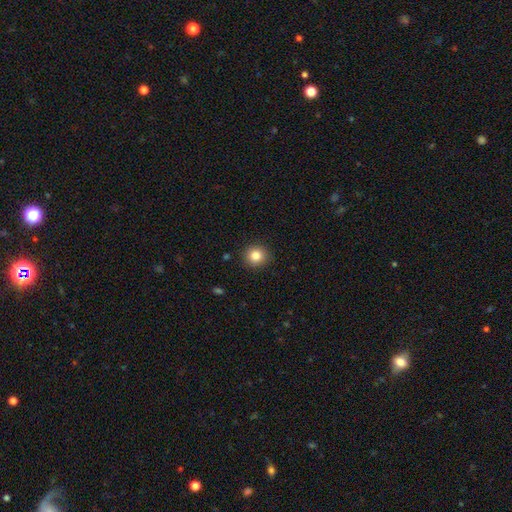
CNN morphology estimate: type=smooth (84%); roundness=round (91%); merging=none (91%).